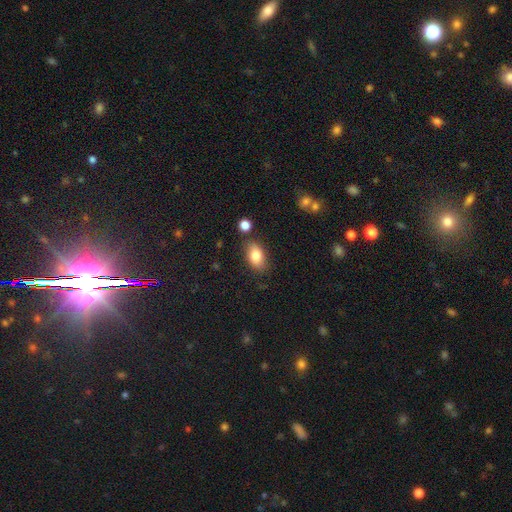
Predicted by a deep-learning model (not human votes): Smooth or featured? smooth (81%)
How rounded? in between (87%)
Merging? none (78%)